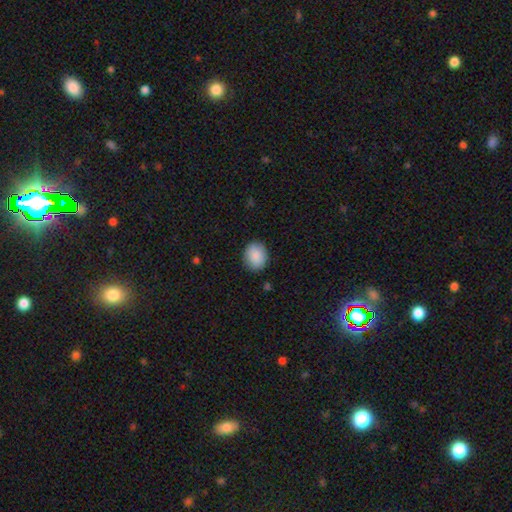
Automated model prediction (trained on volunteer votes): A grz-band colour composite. It shows a smooth galaxy with no disk features (88%) that is round (60%). Merging: none (87%).